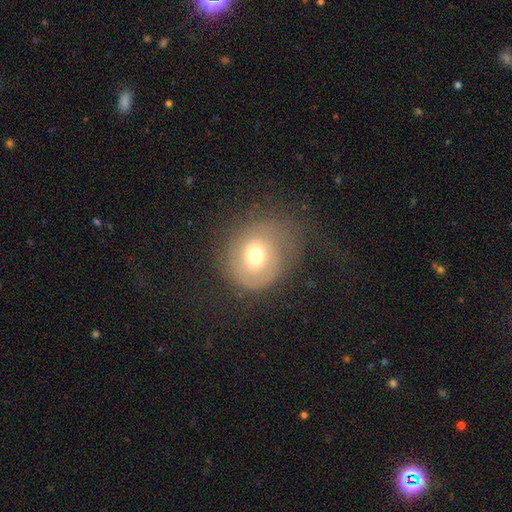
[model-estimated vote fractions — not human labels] Smooth or featured? smooth (58%)
How rounded? round (75%)
Merging? none (56%)